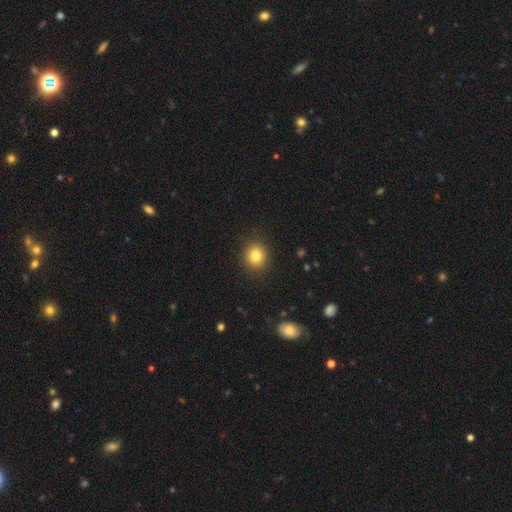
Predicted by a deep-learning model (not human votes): Morphology: type=smooth (82%); roundness=round (84%); merging=none (89%).